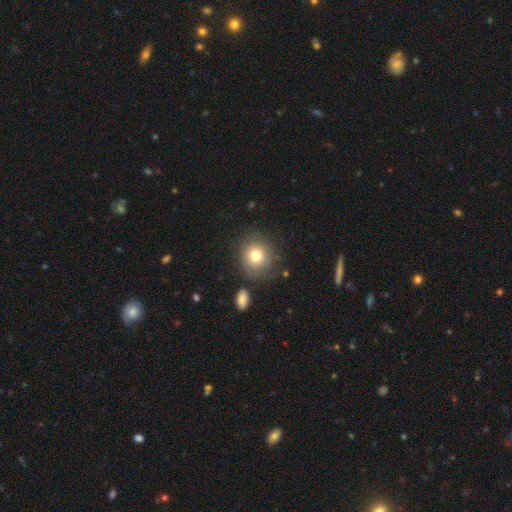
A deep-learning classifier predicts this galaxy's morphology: Overall: smooth (77%). How rounded: round (85%). Merging: none (77%).